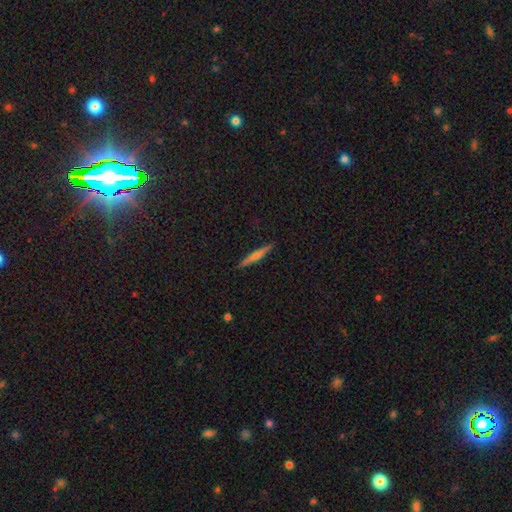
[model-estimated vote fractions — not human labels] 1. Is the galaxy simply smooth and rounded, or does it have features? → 53% featured or disk, 40% smooth, 7% star or artifact.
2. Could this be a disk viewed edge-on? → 97% yes, 3% no.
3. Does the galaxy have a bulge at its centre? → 73% rounded, 20% none, 7% boxy.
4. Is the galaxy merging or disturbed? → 91% none, 7% minor disturbance, 1% major disturbance, 1% merger.